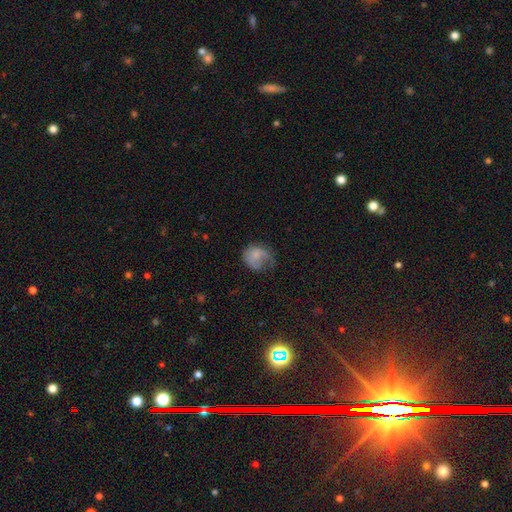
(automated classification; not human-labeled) smooth-or-featured: smooth: 60% | featured or disk: 31% | star or artifact: 9%
  how-rounded: round: 66% | in between: 33% | cigar-shaped: 1%
  merging: major disturbance: 35% (tied) | none: 35% (tied) | minor disturbance: 28% | merger: 2%